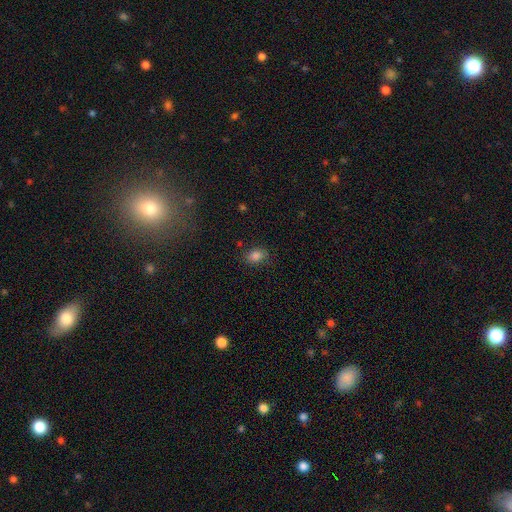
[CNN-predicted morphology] smooth_or_featured: smooth (p=0.83) [alt: star or artifact p=0.11]
how_rounded: in between (p=0.73) [alt: round p=0.26]
merging: none (p=0.79) [alt: minor disturbance p=0.15]